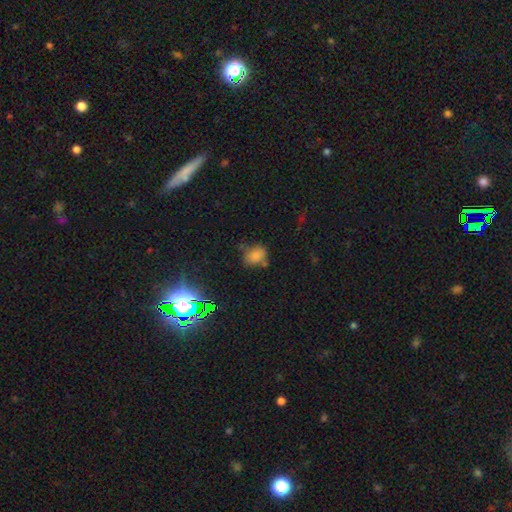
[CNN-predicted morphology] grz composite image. It shows a smooth galaxy with no disk features (73%) that is in between round and cigar-shaped (59%). Merging: none (55%).